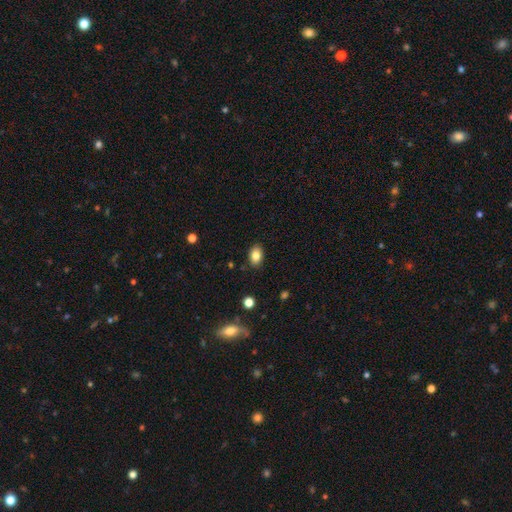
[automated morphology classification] Smooth or featured: smooth — 83% (star or artifact — 9%)
How rounded: in between — 82% (round — 17%)
Merging: none — 85% (minor disturbance — 11%)